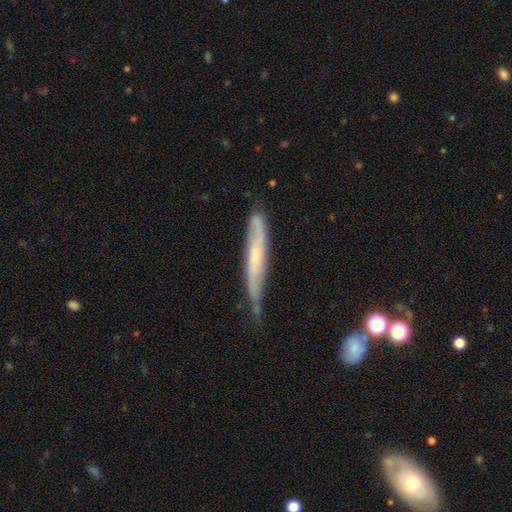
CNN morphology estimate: type=featured or disk (61%); edge-on=yes (65%); merging=none (56%).